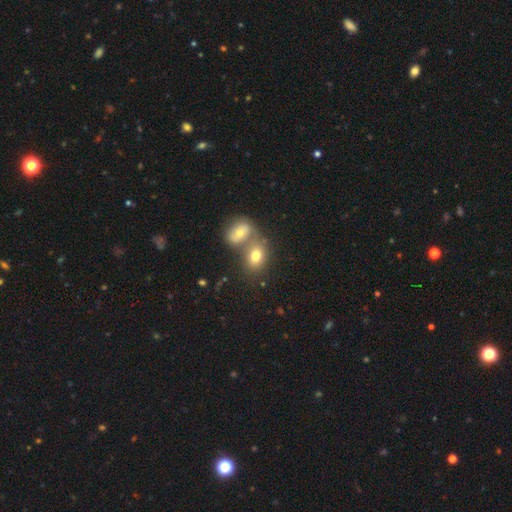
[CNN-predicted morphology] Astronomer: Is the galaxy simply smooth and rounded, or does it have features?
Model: smooth — 74%.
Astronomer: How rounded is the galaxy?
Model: in between — 67%.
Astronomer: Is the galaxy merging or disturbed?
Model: merger — 47% (runner-up: none, 40%).